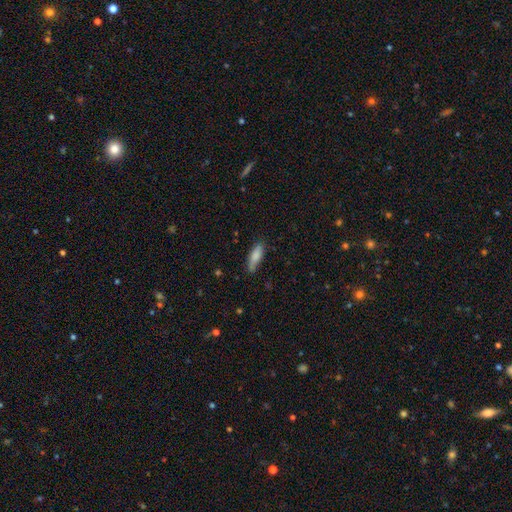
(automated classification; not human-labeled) This appears to be a smooth galaxy with no disk features (80%) that is cigar-shaped (53%). Merging: none (74%).